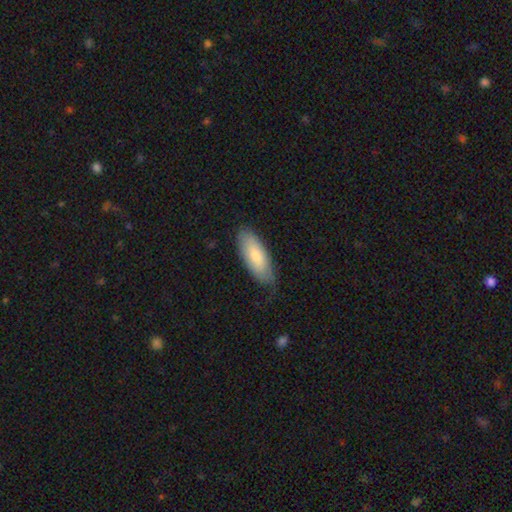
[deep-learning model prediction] smooth-or-featured: smooth: 75% | featured or disk: 19% | star or artifact: 5%
  how-rounded: in between: 77% | cigar-shaped: 21% | round: 2%
  merging: none: 74% | minor disturbance: 21% | major disturbance: 4% | merger: 1%